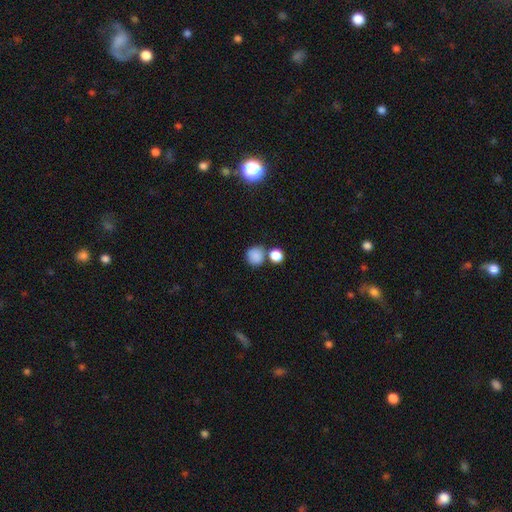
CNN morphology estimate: This is clearly a smooth galaxy (85%). How rounded: clearly round (88%). Merging: likely none (61%).